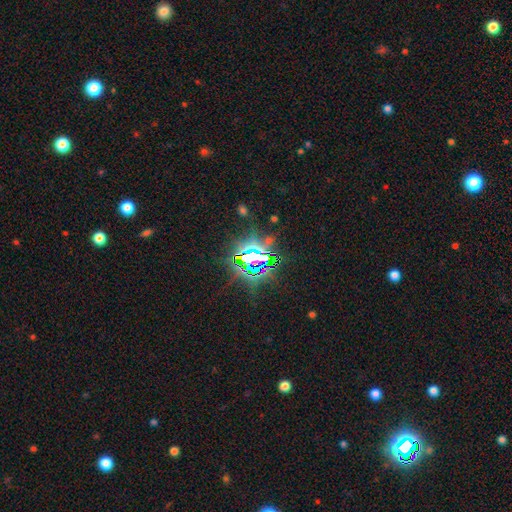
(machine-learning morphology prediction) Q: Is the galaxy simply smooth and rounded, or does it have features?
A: star or artifact — 82%.